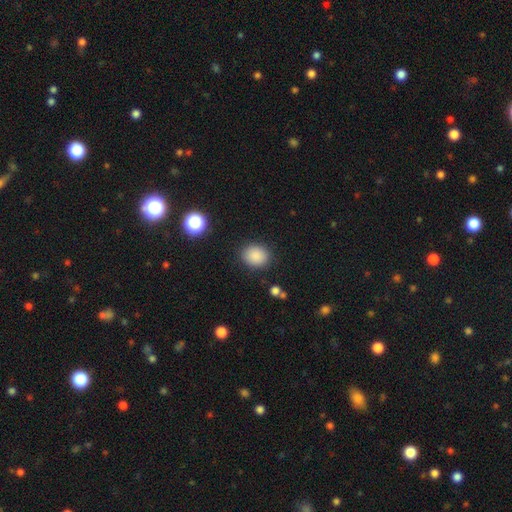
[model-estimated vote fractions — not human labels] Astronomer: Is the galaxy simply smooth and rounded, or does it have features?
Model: smooth — 86%.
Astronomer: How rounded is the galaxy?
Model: round — 67%.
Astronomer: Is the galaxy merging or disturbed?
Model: none — 87%.